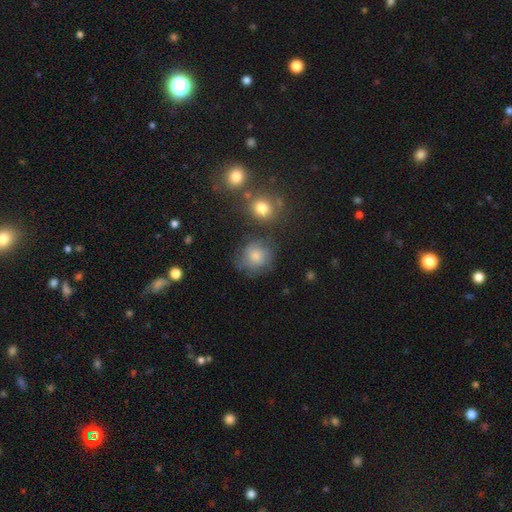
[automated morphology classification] Smooth or featured? smooth (65%)
How rounded? round (84%)
Merging? none (63%)